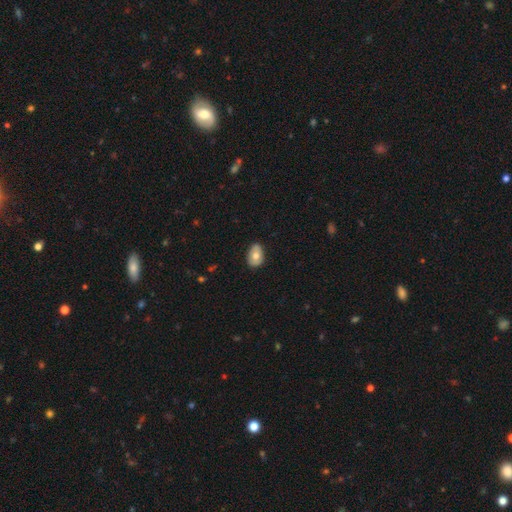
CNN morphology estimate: Q: Smooth or featured?
A: smooth (69%); runner-up: featured or disk (24%)
Q: How rounded?
A: in between (83%); runner-up: round (16%)
Q: Merging?
A: none (74%); runner-up: minor disturbance (21%)